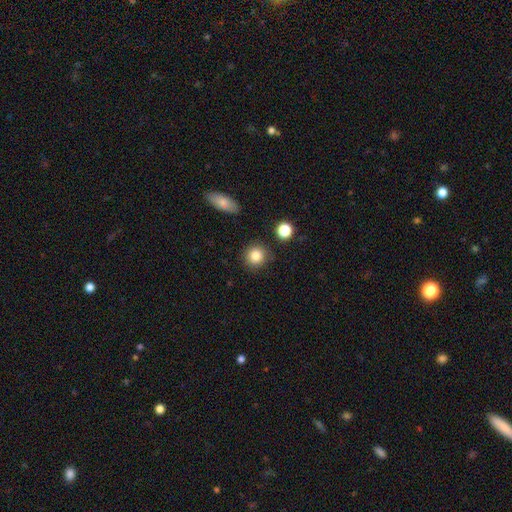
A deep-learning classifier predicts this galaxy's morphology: Overall: smooth (85%). How rounded: round (91%). Merging: none (85%).